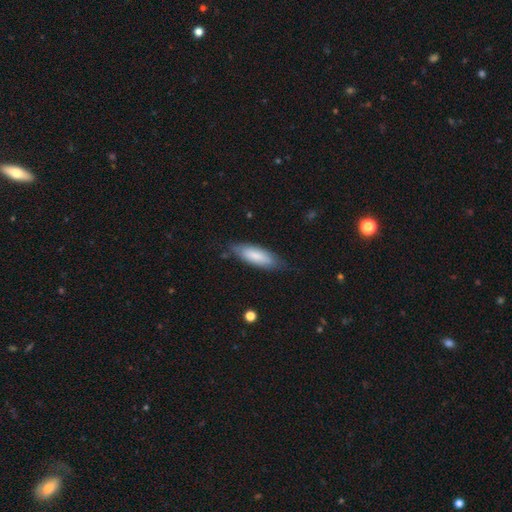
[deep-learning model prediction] A smooth galaxy with no disk features (76%) that is in between round and cigar-shaped (59%). Merging: none (73%).